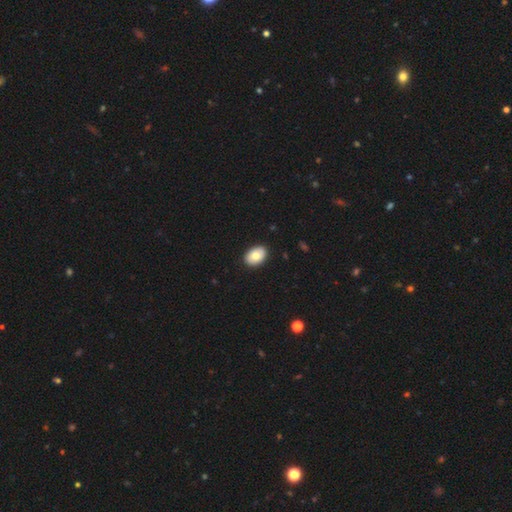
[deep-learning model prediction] smooth-or-featured: smooth: 79% | featured or disk: 14% | star or artifact: 7%
  how-rounded: in between: 86% | round: 13% | cigar-shaped: 1%
  merging: none: 90% | minor disturbance: 8% | major disturbance: 2% | merger: 1%